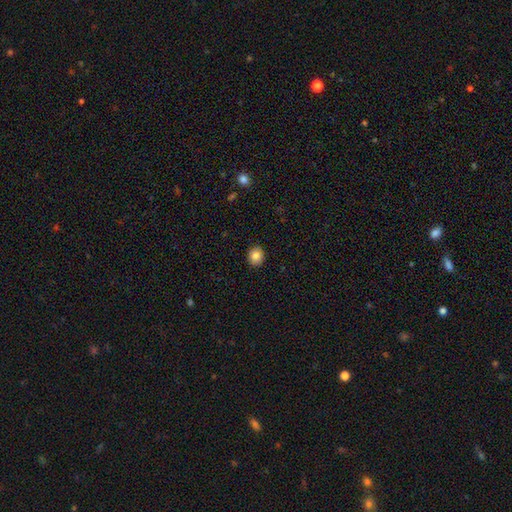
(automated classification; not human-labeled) Morphology: type=smooth (85%); roundness=round (75%); merging=none (91%).